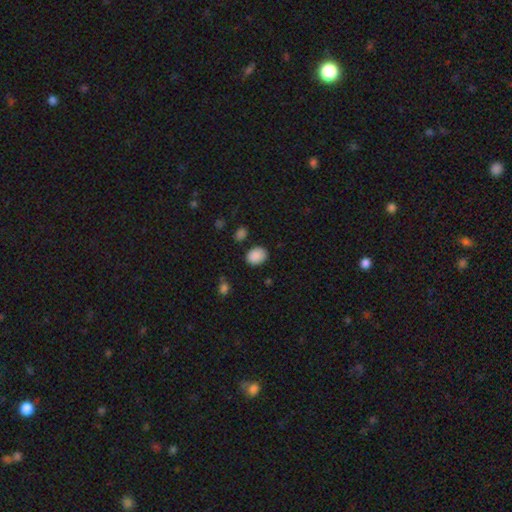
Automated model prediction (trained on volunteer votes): Smooth or featured? Predicted: smooth (p=0.88). How rounded? Predicted: in between (p=0.60). Merging? Predicted: none (p=0.81).